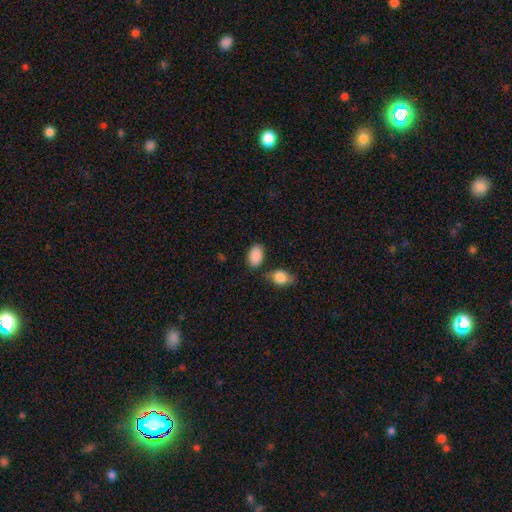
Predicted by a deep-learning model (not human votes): A smooth galaxy with no disk features (89%) that is in between round and cigar-shaped (90%). Merging: none (71%).